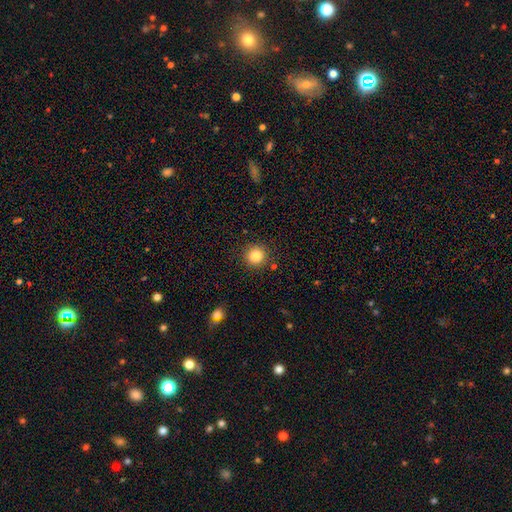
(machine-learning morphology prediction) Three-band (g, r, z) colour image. It shows a smooth galaxy with no disk features (83%) that is round (94%). Merging: none (90%).